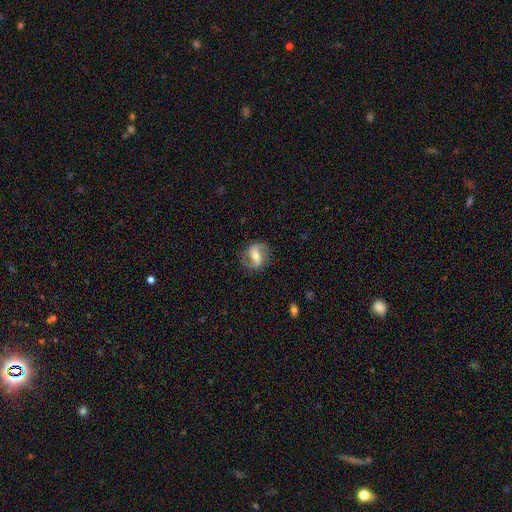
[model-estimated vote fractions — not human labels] A featured or disk galaxy (78%) with a strong bar (44%), 2 (89%) medium (44%) spiral arms (91%) and a moderate central bulge (61%).

Vote fractions:
- Smooth or featured? featured or disk: 78% / smooth: 15% / star or artifact: 6%
- Edge-on disk? no: 96% / yes: 4%
- Bar? strong: 44% / weak: 34% / no: 21%
- Spiral arms? yes: 91% / no: 9%
- Spiral winding? medium: 44% / loose: 38% / tight: 18%
- Spiral arm count? 2: 89% / 1: 4% / can't tell: 4% / 3: 1% / 4: 1% / more than 4: 1%
- Bulge size? moderate: 61% / small: 31% / large: 5% / none: 2% / dominant: 1%
- Merging? none: 80% / minor disturbance: 13% / major disturbance: 6% / merger: 1%